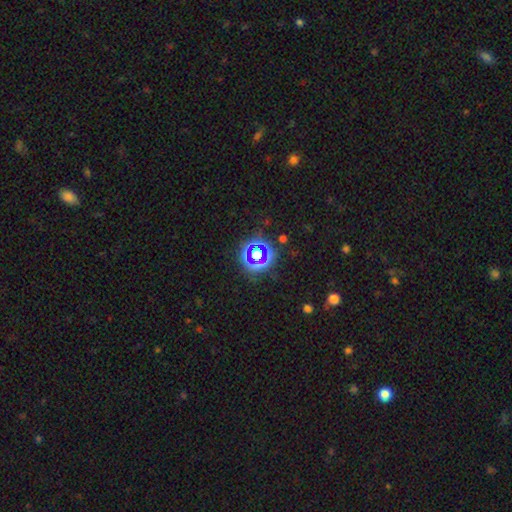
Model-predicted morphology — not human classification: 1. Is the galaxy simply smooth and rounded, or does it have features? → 65% star or artifact, 23% smooth, 12% featured or disk.